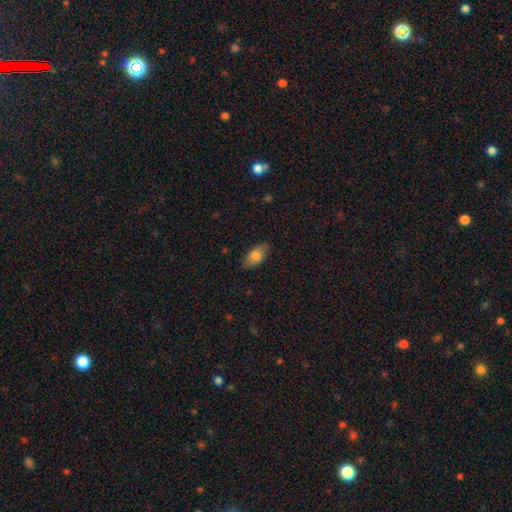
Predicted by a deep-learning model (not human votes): smooth-or-featured: smooth: 77% | featured or disk: 16% | star or artifact: 7%
  how-rounded: in between: 91% | cigar-shaped: 5% | round: 4%
  merging: none: 83% | minor disturbance: 13% | major disturbance: 3% | merger: 1%